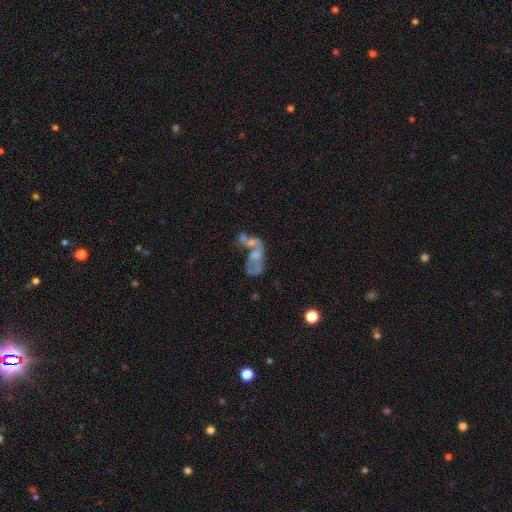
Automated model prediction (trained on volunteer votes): This is possibly a featured or disk galaxy (57%). It is clearly not viewed edge-on (96%). Bar: clearly no (84%). Spiral arm pattern: likely no (79%). Central bulge: marginally none (44%). Merging: possibly merger (55%).